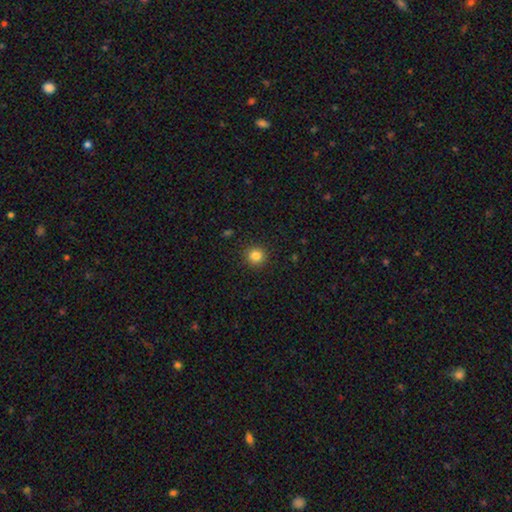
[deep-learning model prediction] This appears to be a smooth galaxy with no disk features (84%) that is round (94%). Merging: none (92%).